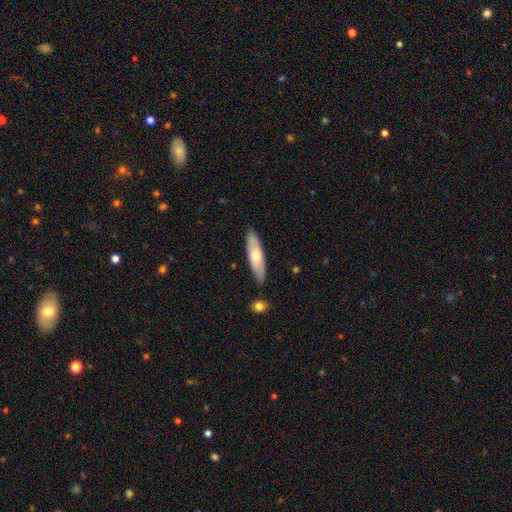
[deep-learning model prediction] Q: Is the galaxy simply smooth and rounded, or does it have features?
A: smooth — 58%.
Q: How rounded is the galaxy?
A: cigar-shaped — 63%.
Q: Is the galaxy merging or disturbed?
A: none — 84%.